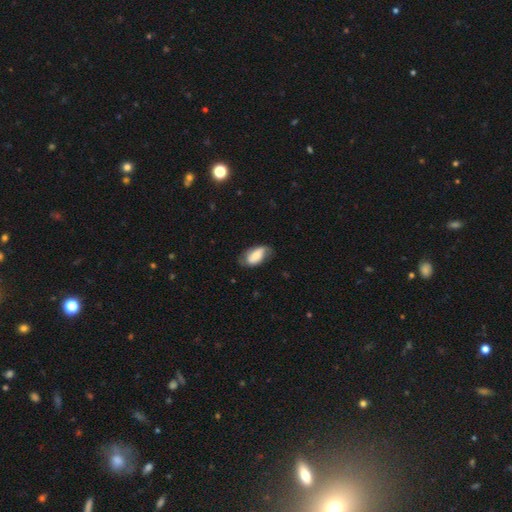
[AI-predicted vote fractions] This is possibly a smooth galaxy (54%). How rounded: clearly in between (92%). Merging: possibly none (56%).